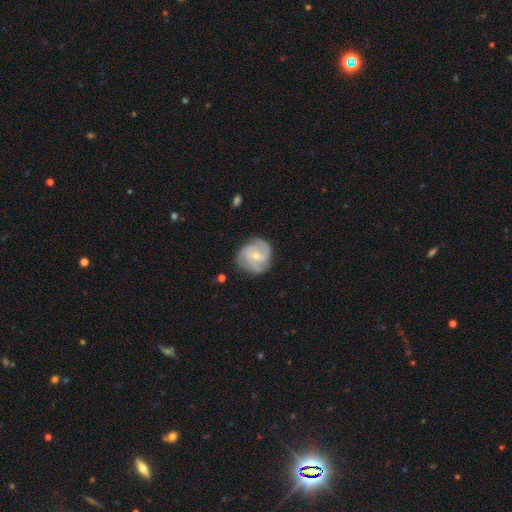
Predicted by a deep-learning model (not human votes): Smooth or featured? featured or disk (75%)
Edge-on disk? no (98%)
Bar? no (57%)
Spiral arms? yes (93%)
Spiral winding? tight (50%)
Spiral arm count? 3 (44%)
Bulge size? small (55%)
Merging? none (74%)